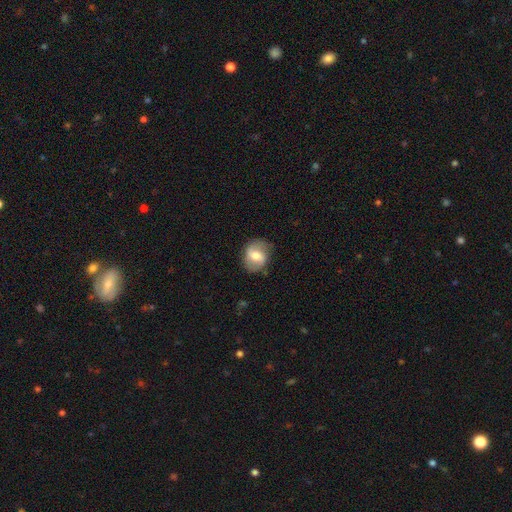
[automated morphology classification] Smooth or featured? featured or disk (51%)
Edge-on disk? no (95%)
Merging? none (75%)